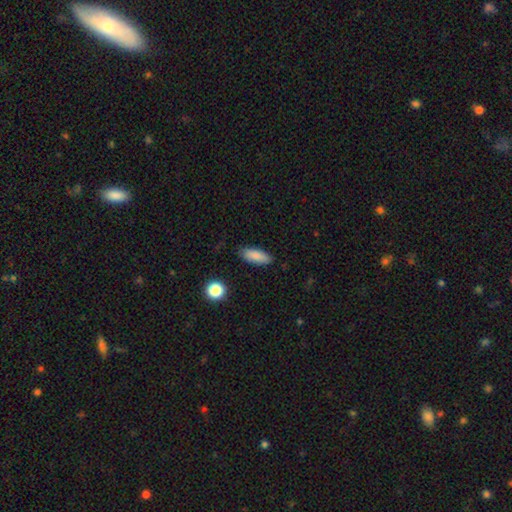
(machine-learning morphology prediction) smooth-or-featured: smooth: 87% | star or artifact: 7% | featured or disk: 6%
  how-rounded: in between: 74% | cigar-shaped: 23% | round: 2%
  merging: none: 84% | minor disturbance: 12% | major disturbance: 2% | merger: 1%